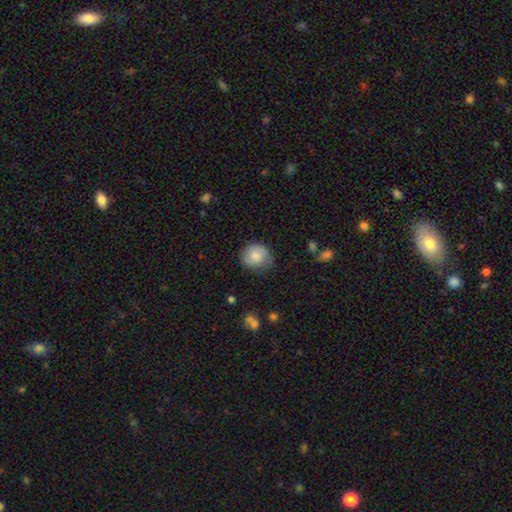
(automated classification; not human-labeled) Q: Smooth or featured?
A: smooth (77%); runner-up: featured or disk (15%)
Q: How rounded?
A: round (79%); runner-up: in between (20%)
Q: Merging?
A: none (68%); runner-up: minor disturbance (25%)